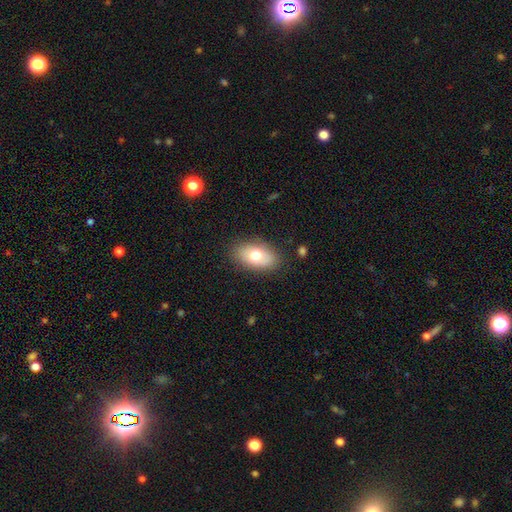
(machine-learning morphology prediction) Smooth or featured? Predicted: smooth (p=0.72). How rounded? Predicted: in between (p=0.90). Merging? Predicted: none (p=0.83).